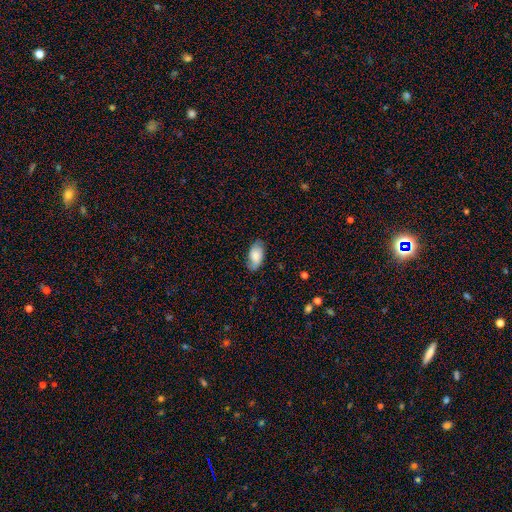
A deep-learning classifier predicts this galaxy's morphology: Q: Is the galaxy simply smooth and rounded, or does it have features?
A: smooth — 75%.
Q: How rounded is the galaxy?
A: in between — 94%.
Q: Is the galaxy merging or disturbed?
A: none — 78%.